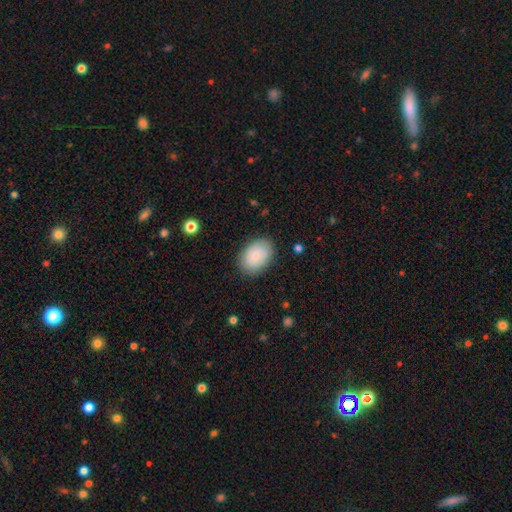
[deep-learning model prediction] smooth 81%, featured or disk 13%, star or artifact 7%. Down the decision tree: how rounded — in between (85%); merging — none (83%).